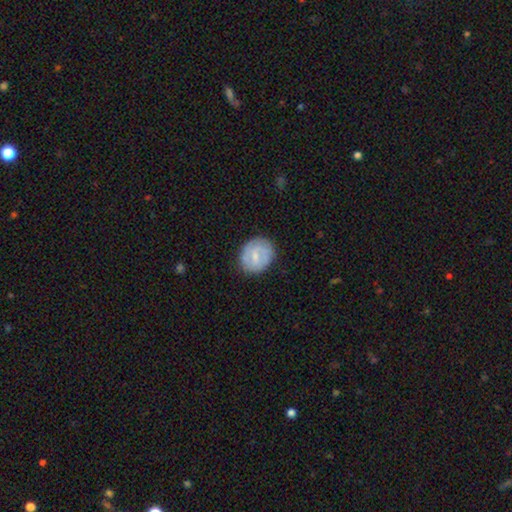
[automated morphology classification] This appears to be a smooth galaxy with no disk features (49%). Merging: none (78%).